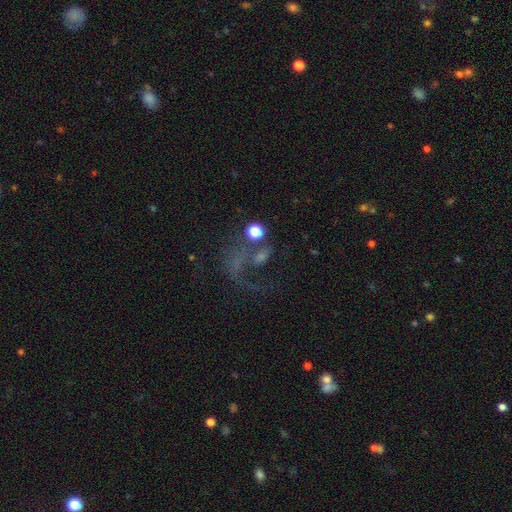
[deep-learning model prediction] smooth_or_featured: featured or disk (p=0.44) [alt: smooth p=0.29]
merging: major disturbance (p=0.36) [alt: none p=0.31]